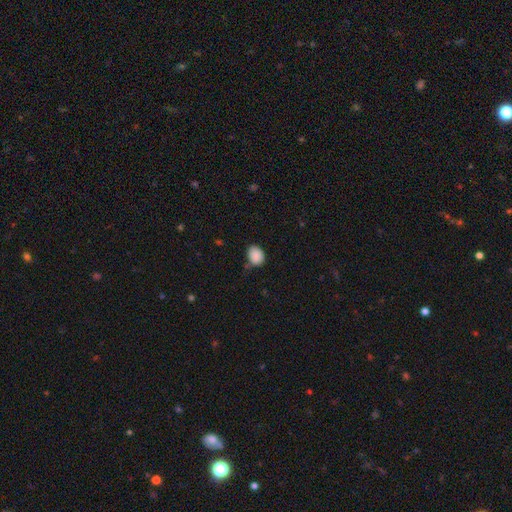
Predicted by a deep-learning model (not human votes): A smooth galaxy with no disk features (88%) that is in between round and cigar-shaped (50%, tied with round).

Vote fractions:
- Smooth or featured? smooth: 88% / star or artifact: 8% / featured or disk: 3%
- How rounded? in between: 50% (tied) / round: 50% (tied) / cigar-shaped: 1%
- Merging? none: 68% / minor disturbance: 24% / major disturbance: 5% / merger: 4%